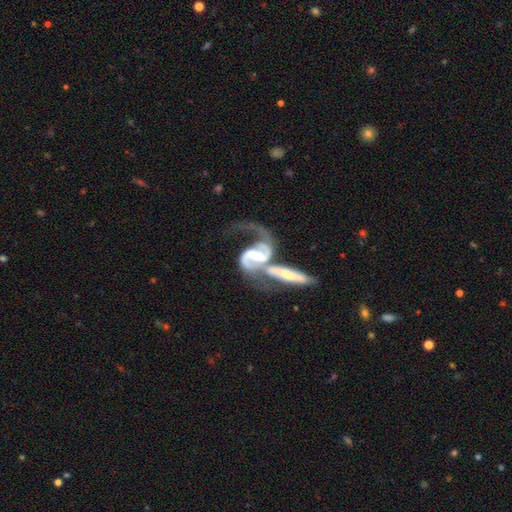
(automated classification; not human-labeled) Overall: featured or disk (89%). Edge-on disk: no (95%). Bar: strong (52%; weak 35%). Spiral arms: yes (96%). Spiral arm count: 2 (86%). Spiral winding: loose (48%; medium 40%). Bulge size: moderate (50%; small 30%). Merging: merger (63%).